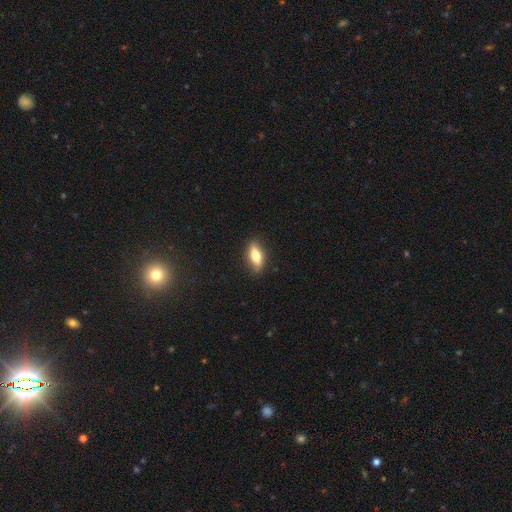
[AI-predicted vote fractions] Q: Smooth or featured?
A: smooth (62%); runner-up: featured or disk (31%)
Q: How rounded?
A: in between (72%); runner-up: cigar-shaped (23%)
Q: Merging?
A: none (80%); runner-up: minor disturbance (15%)